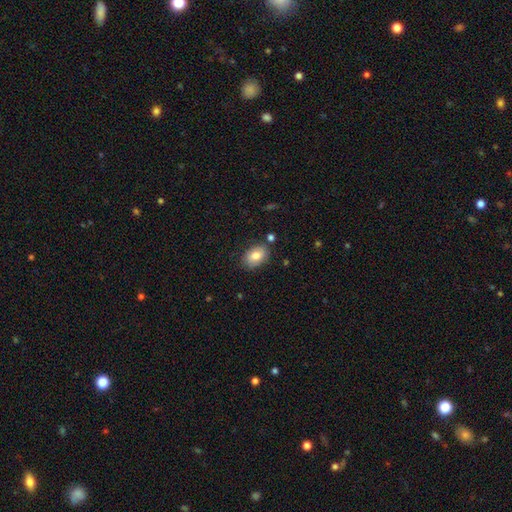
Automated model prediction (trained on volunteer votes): This appears to be a smooth galaxy with no disk features (79%) that is in between round and cigar-shaped (82%). Merging: none (81%).